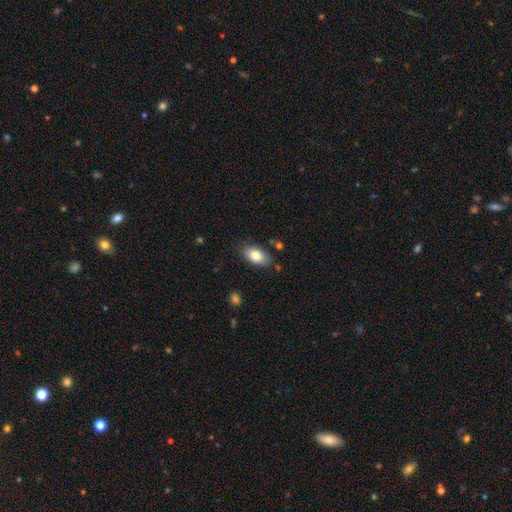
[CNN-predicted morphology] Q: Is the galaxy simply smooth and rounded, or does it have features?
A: smooth — 81%.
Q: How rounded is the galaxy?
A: in between — 93%.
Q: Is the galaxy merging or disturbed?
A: none — 83%.